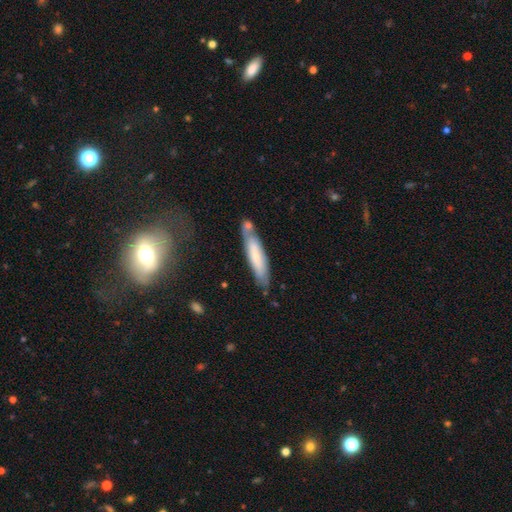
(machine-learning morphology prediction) Smooth or featured?
  - smooth: 60% *
  - featured or disk: 34%
  - star or artifact: 6%
How rounded?
  - cigar-shaped: 80% *
  - in between: 19%
  - round: 1%
Merging?
  - none: 65% *
  - minor disturbance: 18%
  - merger: 12%
  - major disturbance: 5%